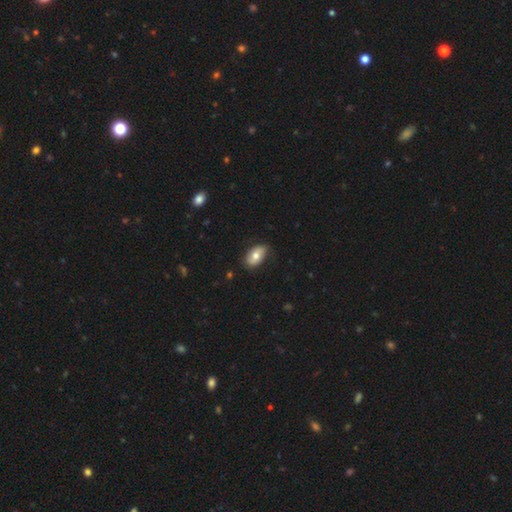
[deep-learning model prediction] The model was most divided on "smooth or featured": smooth: 71%, featured or disk: 22%, star or artifact: 7%. More confident: how rounded — in between (92%); merging — none (76%).